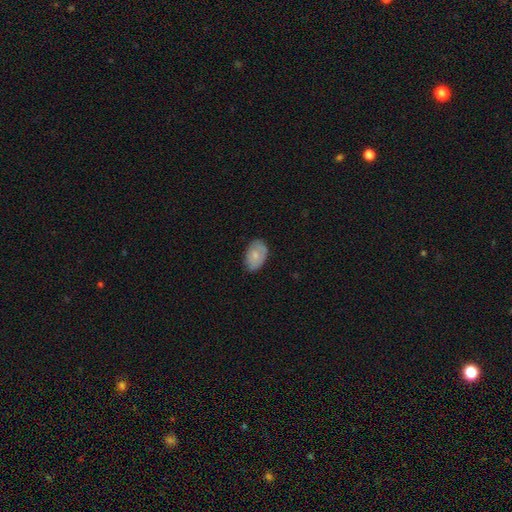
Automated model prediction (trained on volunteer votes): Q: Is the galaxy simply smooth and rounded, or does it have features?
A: smooth — 71%.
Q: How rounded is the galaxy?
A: in between — 86%.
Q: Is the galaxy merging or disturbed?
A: none — 74%.